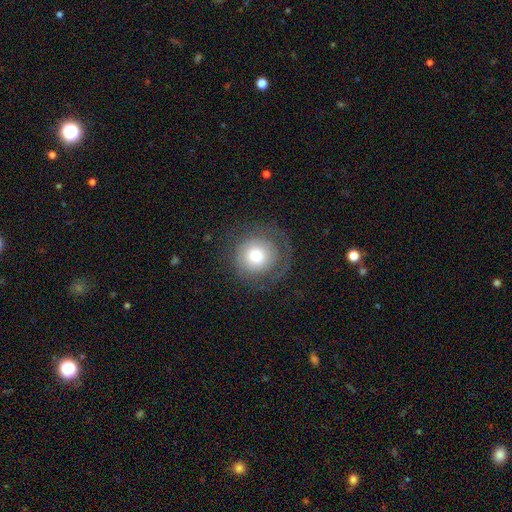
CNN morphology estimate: Smooth or featured?
  - smooth: 53% *
  - featured or disk: 38%
  - star or artifact: 9%
How rounded?
  - round: 92% *
  - in between: 7%
  - cigar-shaped: 1%
Merging?
  - none: 69% *
  - minor disturbance: 15%
  - major disturbance: 14%
  - merger: 1%